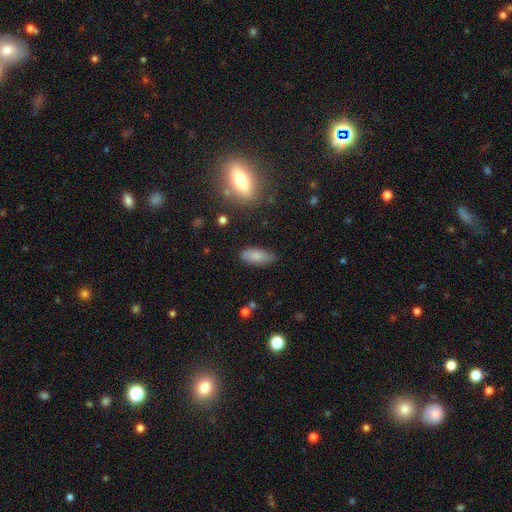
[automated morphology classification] smooth 81%, featured or disk 11%, star or artifact 8%. Down the decision tree: how rounded — in between (83%); merging — none (81%).